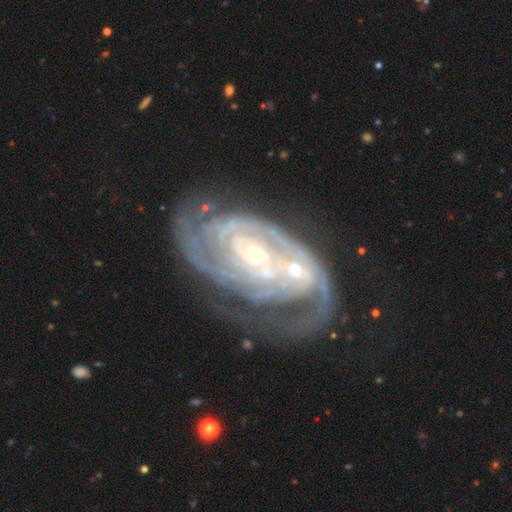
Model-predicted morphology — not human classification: This appears to be a featured or disk galaxy (91%) with no bar (49%), 2 (45%) tight (65%) spiral arms (97%) and a small central bulge (77%). Merging: none (37%).